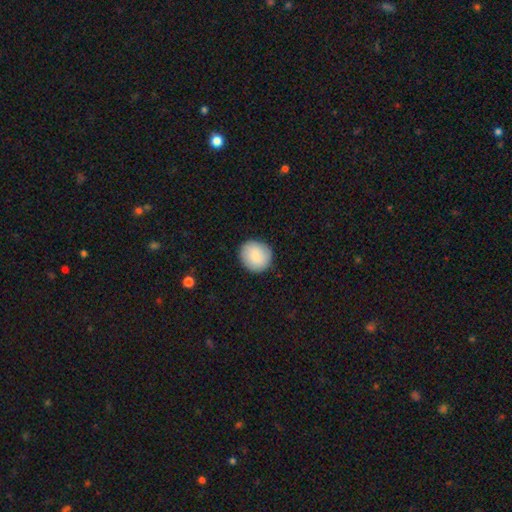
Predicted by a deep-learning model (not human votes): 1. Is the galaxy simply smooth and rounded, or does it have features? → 87% smooth, 7% featured or disk, 6% star or artifact.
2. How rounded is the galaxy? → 83% round, 16% in between, 1% cigar-shaped.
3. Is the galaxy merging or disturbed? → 89% none, 8% minor disturbance, 2% major disturbance, 1% merger.